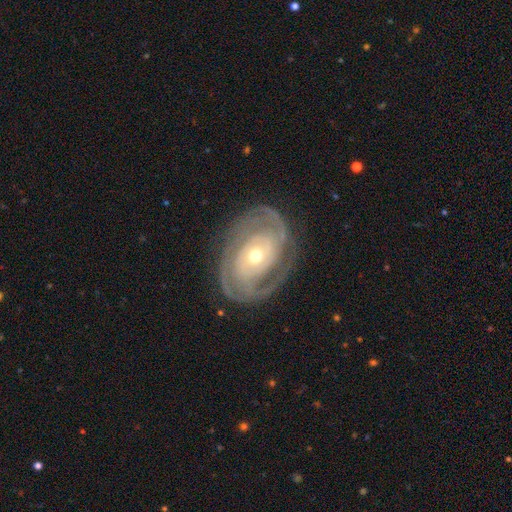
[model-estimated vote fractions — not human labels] Overall: featured or disk (91%). Edge-on disk: no (96%). Bar: no (69%). Spiral arms: yes (97%). Spiral arm count: 2 (62%). Spiral winding: tight (73%). Bulge size: moderate (55%; small 40%). Merging: none (80%).